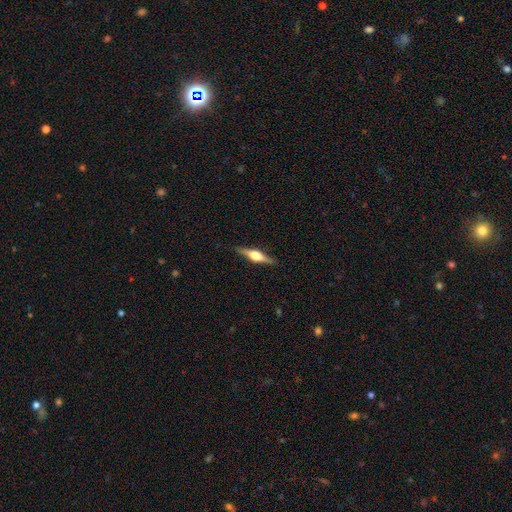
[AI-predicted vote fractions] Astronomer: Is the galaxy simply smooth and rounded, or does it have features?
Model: featured or disk — 75%.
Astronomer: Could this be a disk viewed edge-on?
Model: yes — 98%.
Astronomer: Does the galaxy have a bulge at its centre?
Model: rounded — 92%.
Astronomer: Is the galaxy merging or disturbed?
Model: none — 89%.